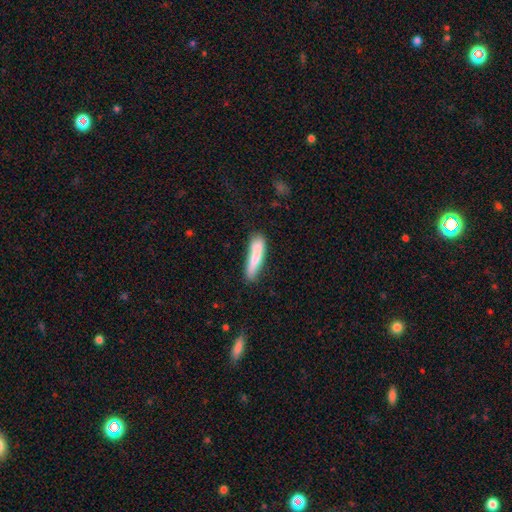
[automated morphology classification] Q: Smooth or featured?
A: smooth (75%); runner-up: featured or disk (19%)
Q: How rounded?
A: cigar-shaped (84%); runner-up: in between (15%)
Q: Merging?
A: none (70%); runner-up: minor disturbance (21%)